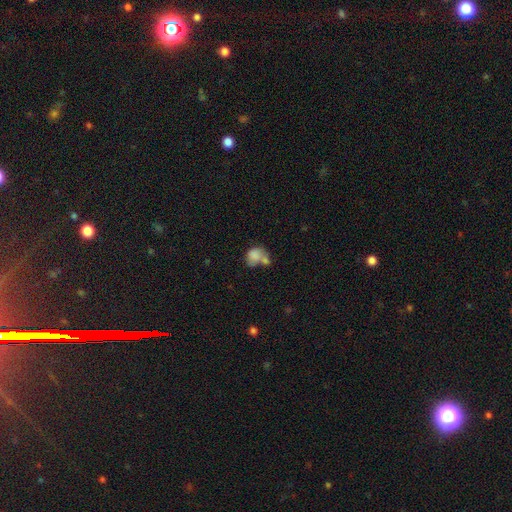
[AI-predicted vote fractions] A smooth galaxy with no disk features (78%) that is round (54%). Merging: merger (51%).